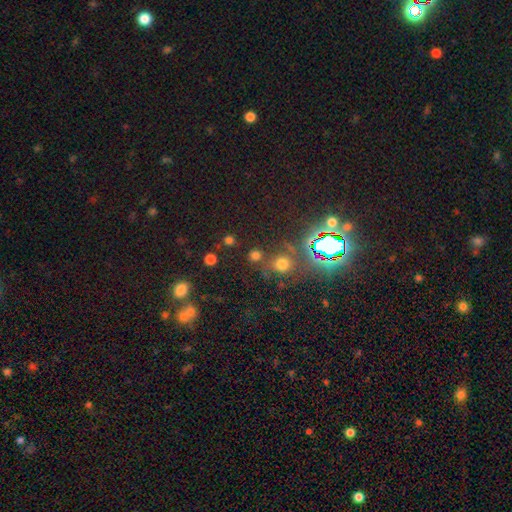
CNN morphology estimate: Overall: smooth (62%; star or artifact 32%). How rounded: round (88%). Merging: none (75%).